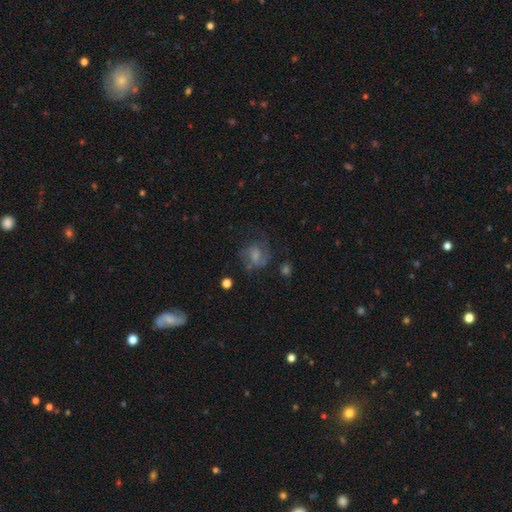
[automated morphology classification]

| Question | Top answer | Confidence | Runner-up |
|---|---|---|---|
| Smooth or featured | smooth | 50% | featured or disk (37%) |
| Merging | none | 45% | major disturbance (29%) |